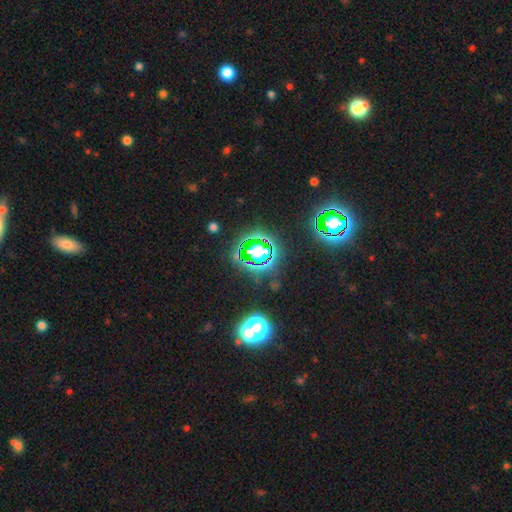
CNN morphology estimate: smooth-or-featured: star or artifact: 66% | smooth: 20% | featured or disk: 14%